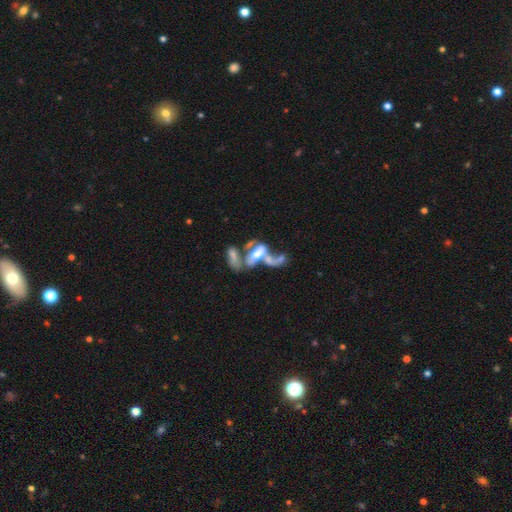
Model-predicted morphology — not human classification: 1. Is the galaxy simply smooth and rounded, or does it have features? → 66% featured or disk, 21% smooth, 13% star or artifact.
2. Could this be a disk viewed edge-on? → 77% no, 23% yes.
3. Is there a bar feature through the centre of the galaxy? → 64% no, 22% weak, 14% strong.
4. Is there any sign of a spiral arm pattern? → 55% no, 45% yes.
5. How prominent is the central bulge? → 45% moderate, 20% small, 17% large, 15% none, 4% dominant.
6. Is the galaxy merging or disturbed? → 66% merger, 14% none, 13% major disturbance, 7% minor disturbance.